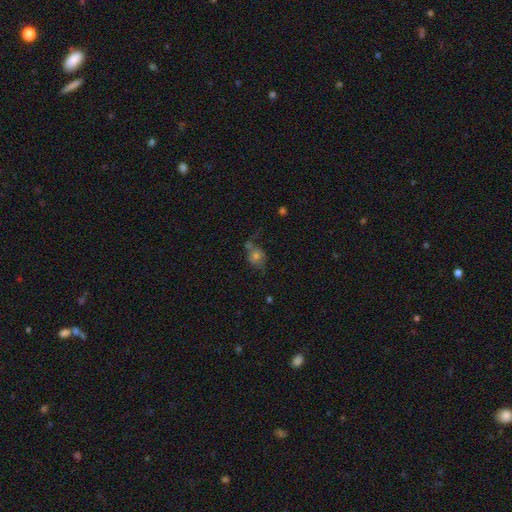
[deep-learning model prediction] Q: Smooth or featured?
A: smooth (45%); runner-up: featured or disk (36%)
Q: Merging?
A: none (42%); runner-up: minor disturbance (23%)